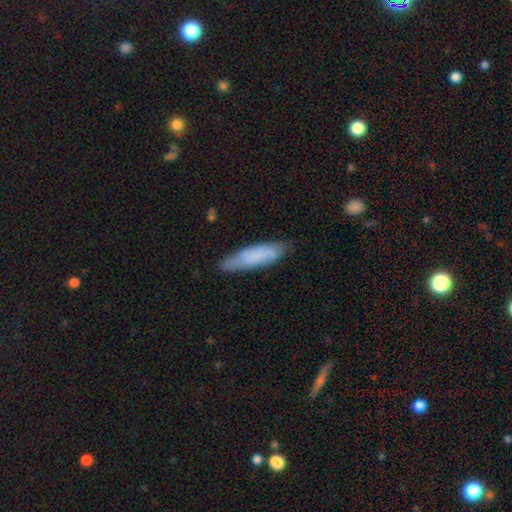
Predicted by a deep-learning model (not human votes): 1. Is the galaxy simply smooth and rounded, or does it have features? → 74% smooth, 19% featured or disk, 6% star or artifact.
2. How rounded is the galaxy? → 69% cigar-shaped, 30% in between, 1% round.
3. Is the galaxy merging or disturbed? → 78% none, 18% minor disturbance, 3% major disturbance, 1% merger.